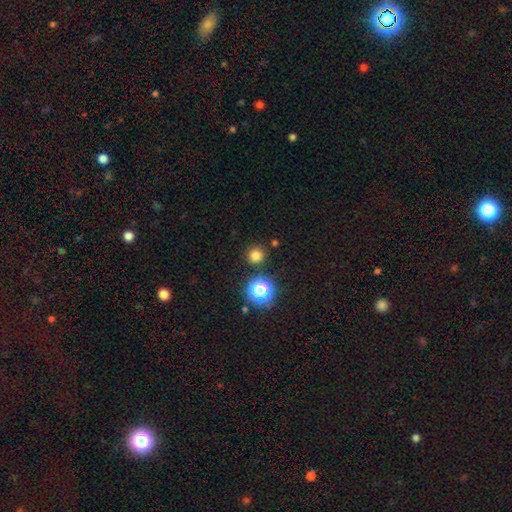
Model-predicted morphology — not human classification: Smooth or featured?
  - smooth: 77% *
  - star or artifact: 19%
  - featured or disk: 5%
How rounded?
  - round: 94% *
  - in between: 5%
  - cigar-shaped: 1%
Merging?
  - none: 89% *
  - minor disturbance: 6%
  - merger: 3%
  - major disturbance: 2%